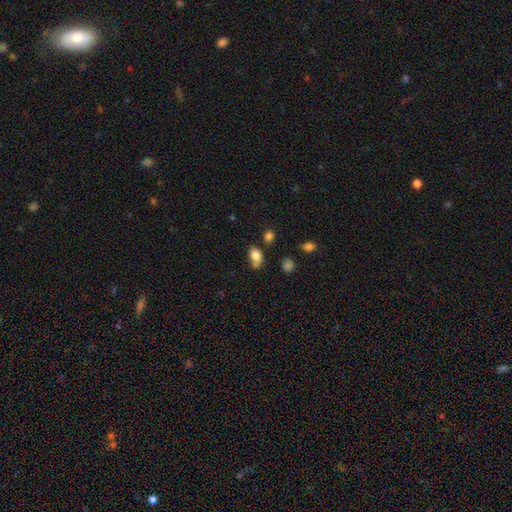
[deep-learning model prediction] Q: Smooth or featured?
A: smooth (82%); runner-up: star or artifact (10%)
Q: How rounded?
A: in between (79%); runner-up: round (19%)
Q: Merging?
A: none (48%); runner-up: minor disturbance (29%)